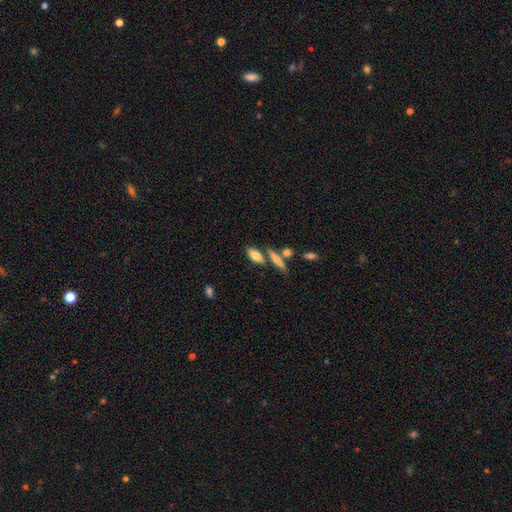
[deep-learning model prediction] This is likely a smooth galaxy (74%). How rounded: likely in between (69%). Merging: likely none (64%).